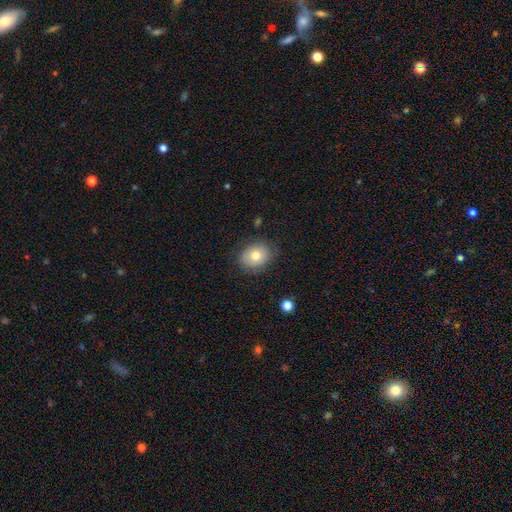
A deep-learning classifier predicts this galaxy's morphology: A smooth galaxy with no disk features (75%) that is round (52%). Merging: none (81%).